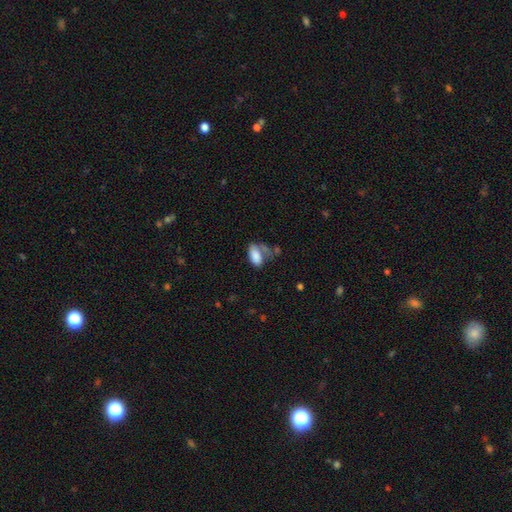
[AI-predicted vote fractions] A smooth galaxy with no disk features (81%) that is in between round and cigar-shaped (92%).

Vote fractions:
- Smooth or featured? smooth: 81% / featured or disk: 11% / star or artifact: 8%
- How rounded? in between: 92% / cigar-shaped: 4% / round: 4%
- Merging? none: 36% / minor disturbance: 23% / merger: 22% / major disturbance: 19%